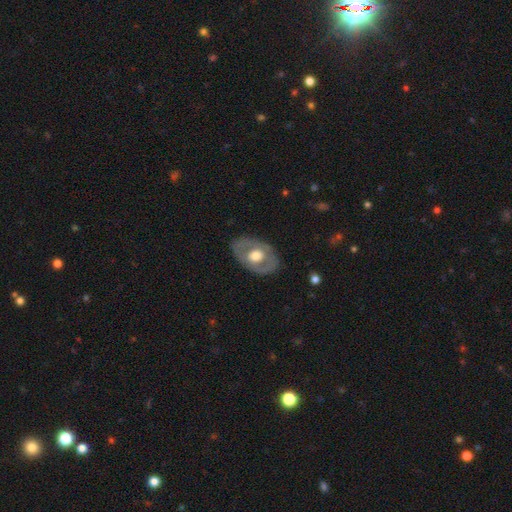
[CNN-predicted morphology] A featured or disk galaxy (54%). Merging: none (79%).